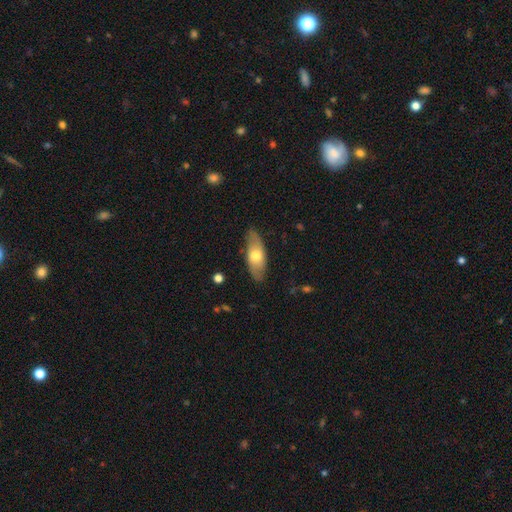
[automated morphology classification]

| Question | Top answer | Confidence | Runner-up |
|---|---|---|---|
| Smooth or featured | smooth | 61% | featured or disk (34%) |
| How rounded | in between | 77% | cigar-shaped (20%) |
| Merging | none | 80% | minor disturbance (16%) |